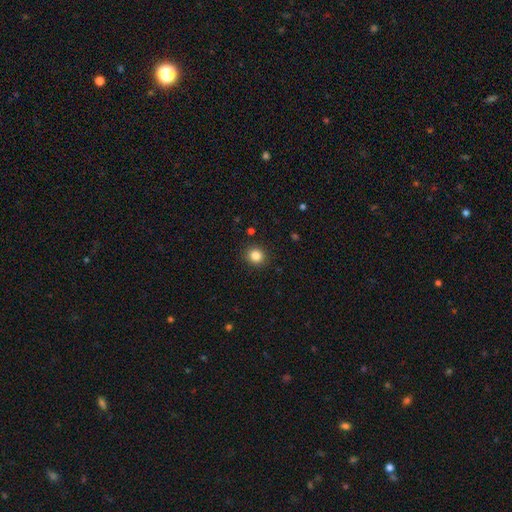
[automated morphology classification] type=smooth (84%); roundness=round (86%); merging=none (90%).